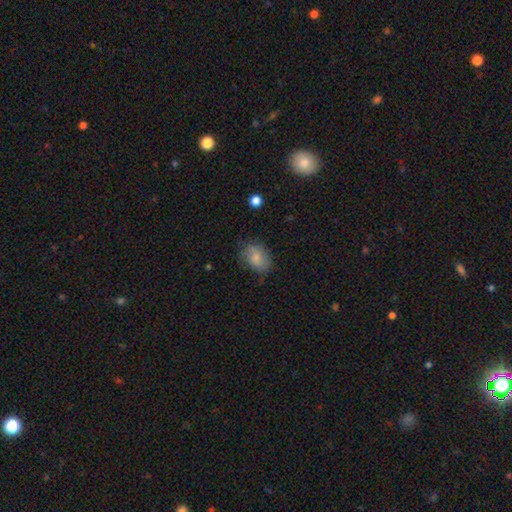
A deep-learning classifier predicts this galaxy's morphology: This is likely a smooth galaxy (66%). How rounded: likely in between (77%). Merging: likely none (76%).